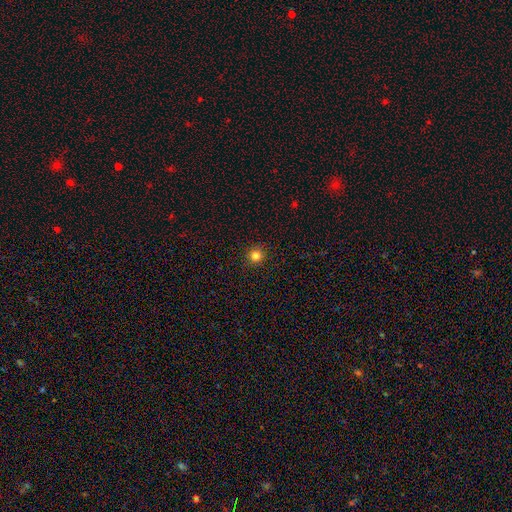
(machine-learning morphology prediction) type=smooth (82%); roundness=round (94%); merging=none (92%).